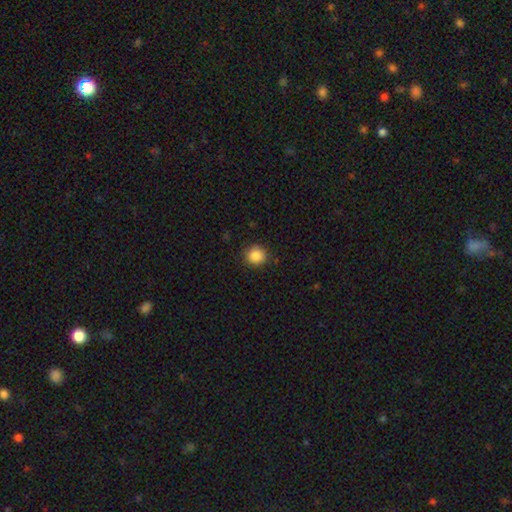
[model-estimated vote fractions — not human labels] Q: Smooth or featured?
A: smooth (87%); runner-up: star or artifact (10%)
Q: How rounded?
A: round (89%); runner-up: in between (10%)
Q: Merging?
A: none (89%); runner-up: minor disturbance (8%)